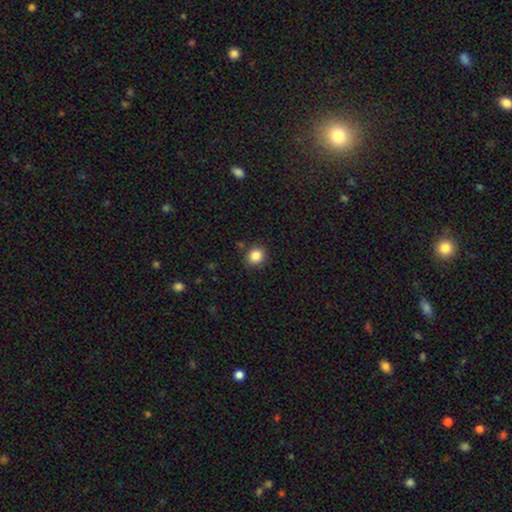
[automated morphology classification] smooth-or-featured: smooth: 85% | star or artifact: 11% | featured or disk: 4%
  how-rounded: round: 85% | in between: 14% | cigar-shaped: 1%
  merging: none: 88% | minor disturbance: 7% | major disturbance: 2% | merger: 2%